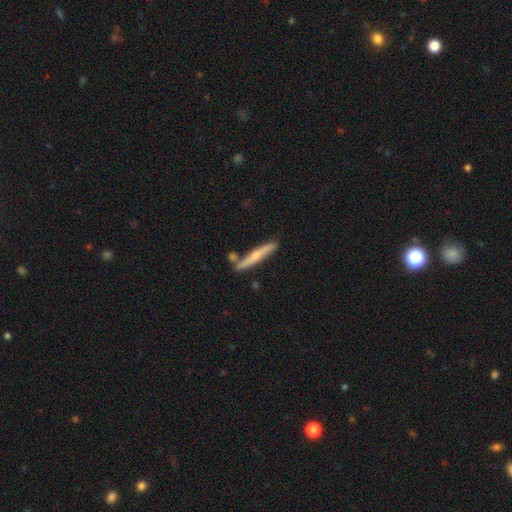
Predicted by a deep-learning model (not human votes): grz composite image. It shows a featured or disk galaxy (50%). Merging: none (75%).